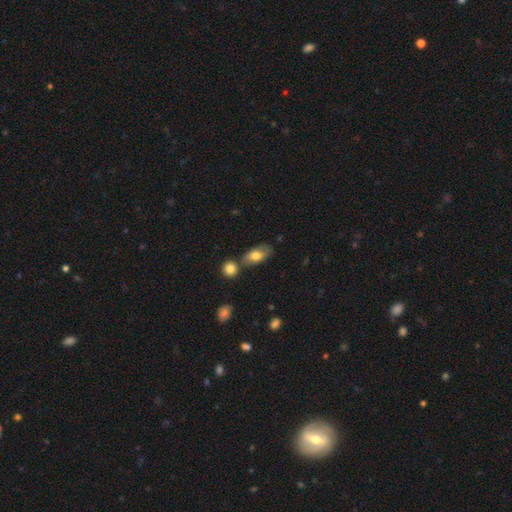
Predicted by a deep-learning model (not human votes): Overall: smooth (75%). How rounded: in between (90%). Merging: none (60%).